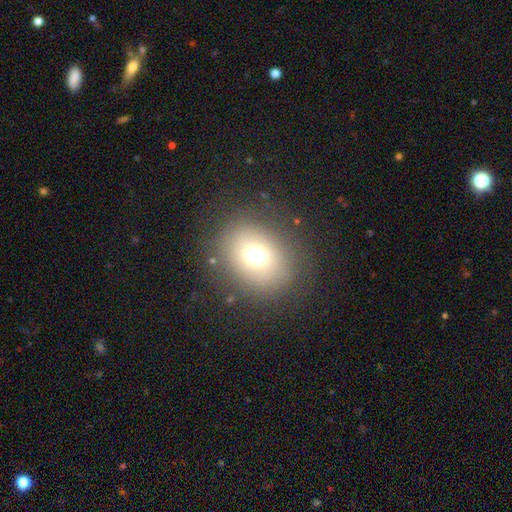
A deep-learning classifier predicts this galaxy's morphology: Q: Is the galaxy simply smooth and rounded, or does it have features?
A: smooth — 67%.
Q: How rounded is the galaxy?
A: round — 62%.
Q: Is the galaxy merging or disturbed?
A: none — 81%.